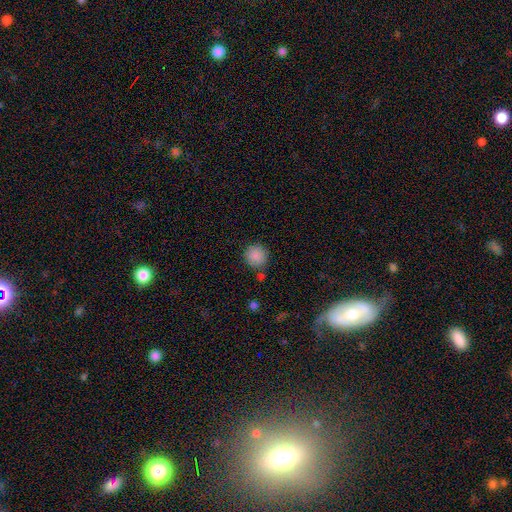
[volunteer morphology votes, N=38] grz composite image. It shows a smooth galaxy with no disk features (92%) that is round (97%). Merging: none (83%).